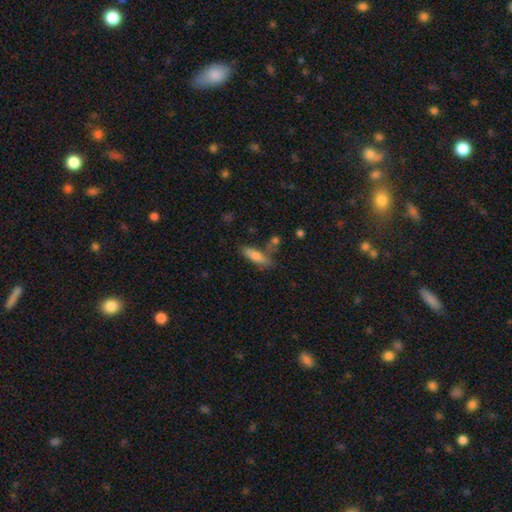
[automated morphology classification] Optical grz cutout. It shows a smooth galaxy with no disk features (77%) that is cigar-shaped (53%). Merging: none (64%).